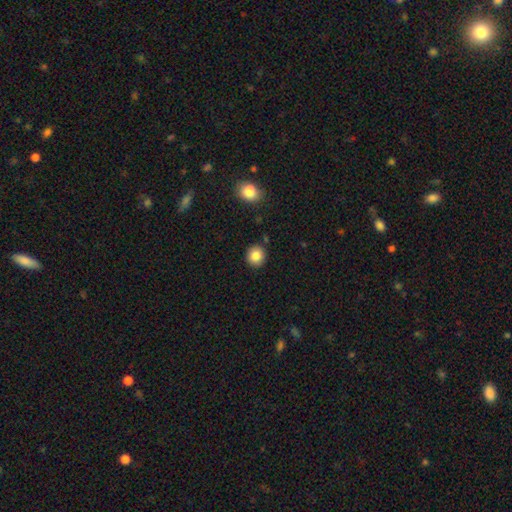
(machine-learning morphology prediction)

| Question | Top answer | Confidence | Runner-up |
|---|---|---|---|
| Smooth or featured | smooth | 85% | star or artifact (9%) |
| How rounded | round | 89% | in between (10%) |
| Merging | none | 89% | minor disturbance (7%) |